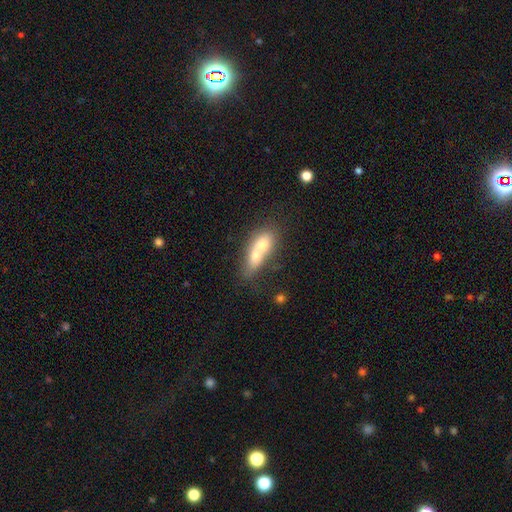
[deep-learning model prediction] smooth_or_featured: smooth (p=0.63) [alt: featured or disk p=0.29]
how_rounded: in between (p=0.64) [alt: cigar-shaped p=0.22]
merging: merger (p=0.71) [alt: none p=0.18]